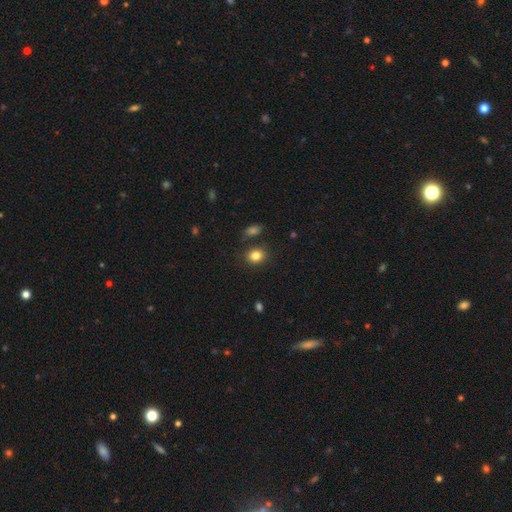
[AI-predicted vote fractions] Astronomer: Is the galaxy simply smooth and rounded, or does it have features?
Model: smooth — 84%.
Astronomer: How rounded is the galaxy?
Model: round — 63%.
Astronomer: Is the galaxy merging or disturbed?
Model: none — 80%.